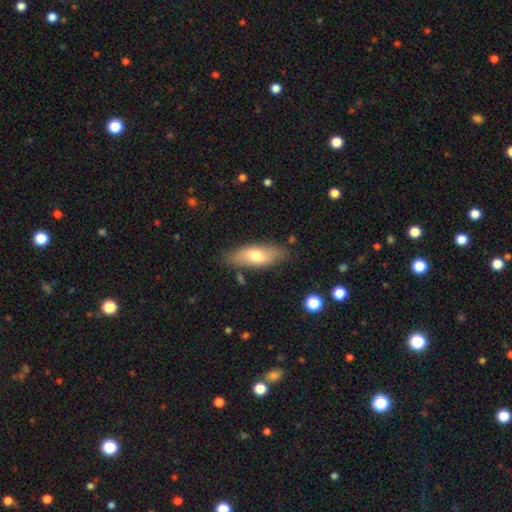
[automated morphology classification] type=smooth (68%); roundness=in between (76%); merging=none (80%).